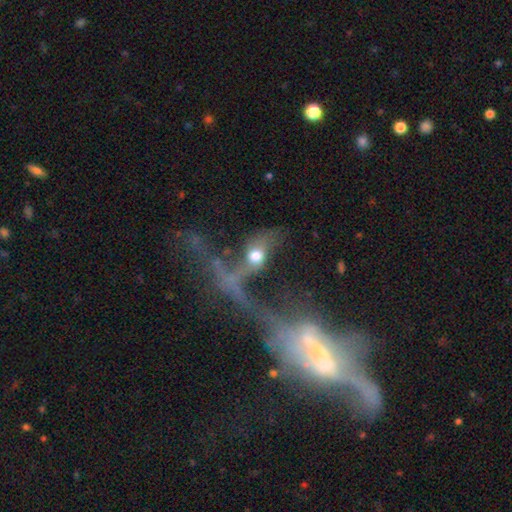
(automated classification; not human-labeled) A featured or disk galaxy (51%). Merging: major disturbance (44%).